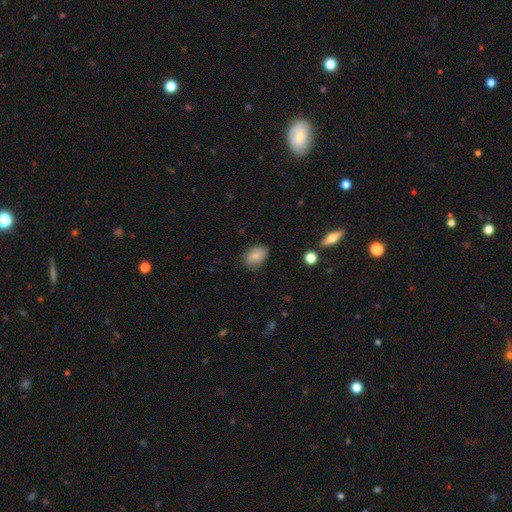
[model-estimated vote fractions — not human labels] Smooth or featured: smooth — 81% (featured or disk — 10%)
How rounded: in between — 85% (round — 14%)
Merging: none — 79% (minor disturbance — 16%)